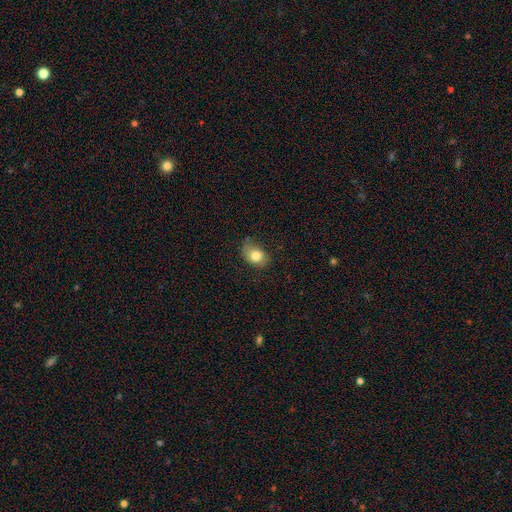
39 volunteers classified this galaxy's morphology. Q: Smooth or featured?
A: smooth (90%); runner-up: featured or disk (10%)
Q: How rounded?
A: in between (83%); runner-up: round (17%)
Q: Merging?
A: none (56%); runner-up: minor disturbance (38%)